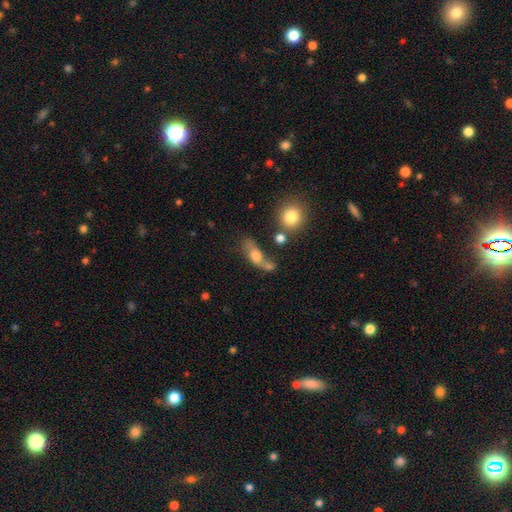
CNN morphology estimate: Smooth or featured?
  - smooth: 60% *
  - featured or disk: 29%
  - star or artifact: 11%
How rounded?
  - in between: 63% *
  - cigar-shaped: 19%
  - round: 17%
Merging?
  - none: 35% *
  - merger: 28%
  - minor disturbance: 20%
  - major disturbance: 17%